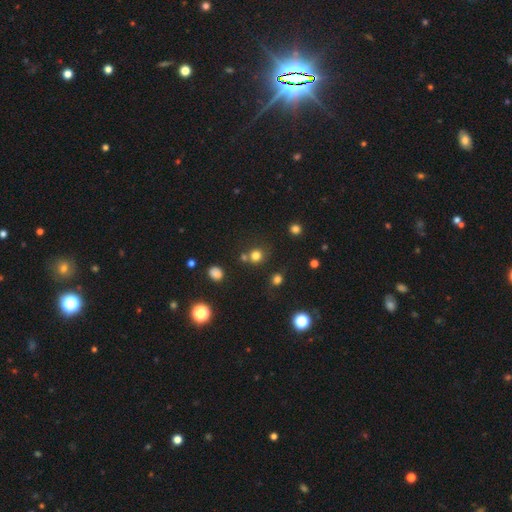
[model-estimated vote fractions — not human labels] smooth_or_featured: smooth (p=0.75) [alt: star or artifact p=0.18]
how_rounded: round (p=0.87) [alt: in between p=0.12]
merging: none (p=0.66) [alt: merger p=0.20]